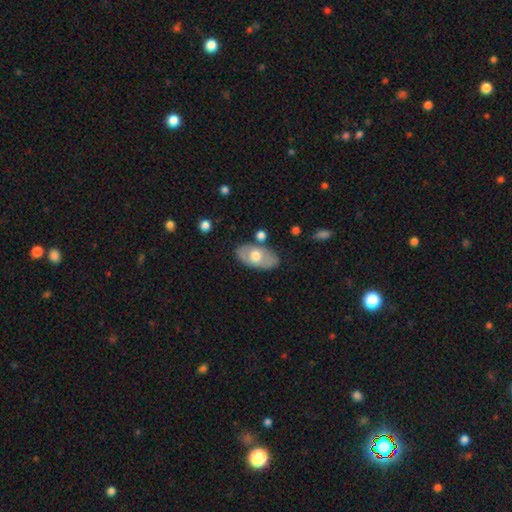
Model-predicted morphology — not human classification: The model was most divided on "smooth or featured": smooth: 54%, featured or disk: 41%, star or artifact: 6%. More confident: how rounded — in between (92%); merging — none (78%).